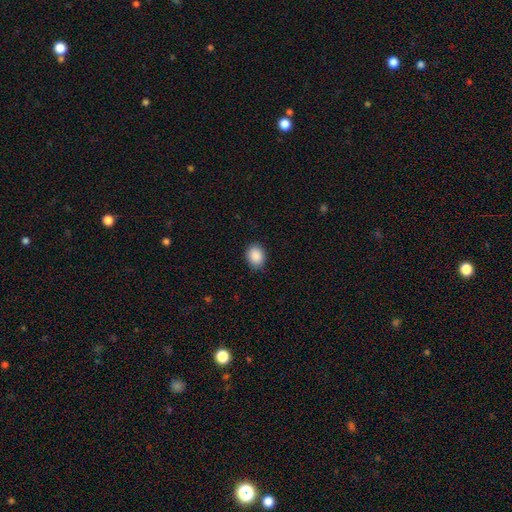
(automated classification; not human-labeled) The model was most divided on "how rounded": in between: 57%, round: 42%, cigar-shaped: 1%. More confident: smooth or featured — smooth (89%); merging — none (86%).